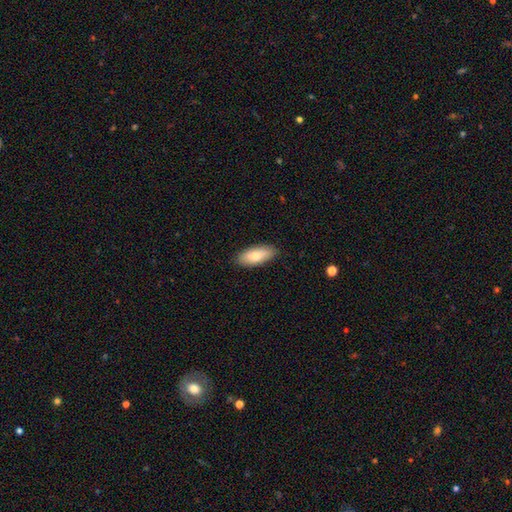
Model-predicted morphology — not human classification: Smooth or featured: smooth — 77% (featured or disk — 17%)
How rounded: in between — 83% (cigar-shaped — 15%)
Merging: none — 87% (minor disturbance — 10%)